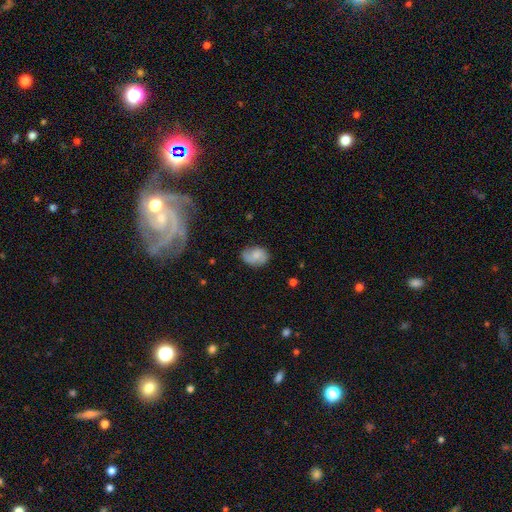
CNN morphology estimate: Smooth or featured? smooth (53%)
How rounded? in between (71%)
Merging? none (70%)